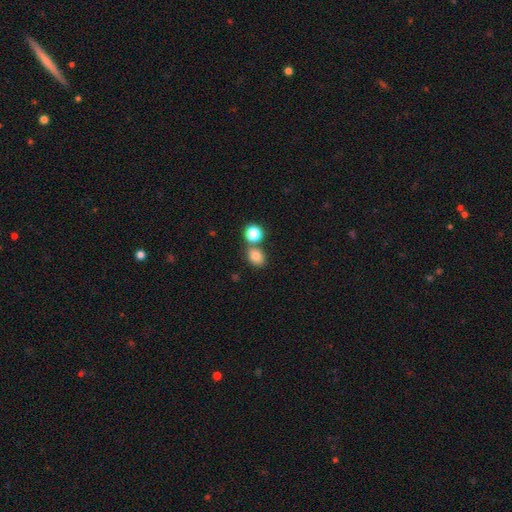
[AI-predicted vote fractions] Overall: smooth (79%). How rounded: in between (50%; round 49%). Merging: none (64%).